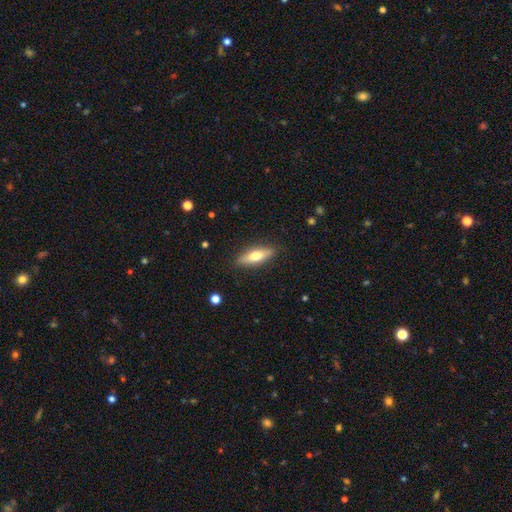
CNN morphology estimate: type=smooth (60%); roundness=in between (50%); merging=none (87%).